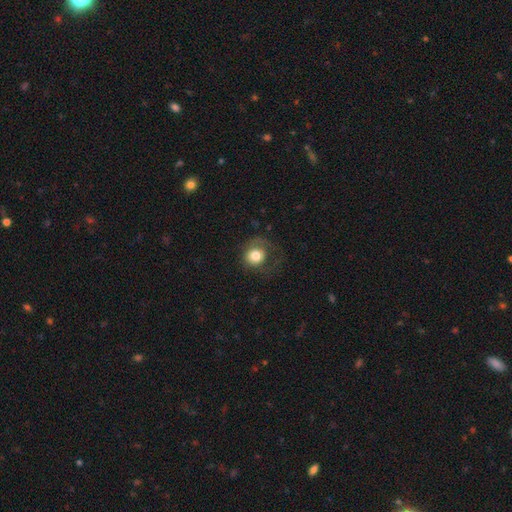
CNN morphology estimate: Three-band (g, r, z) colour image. It shows a smooth galaxy with no disk features (73%) that is round (76%). Merging: none (45%).